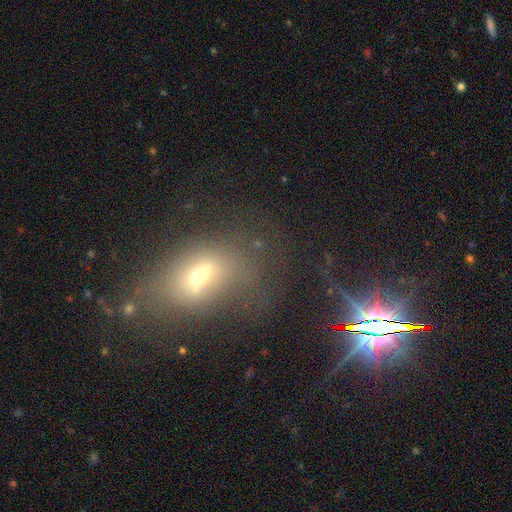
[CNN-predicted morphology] This appears to be a smooth galaxy with no disk features (42%). Merging: none (61%).